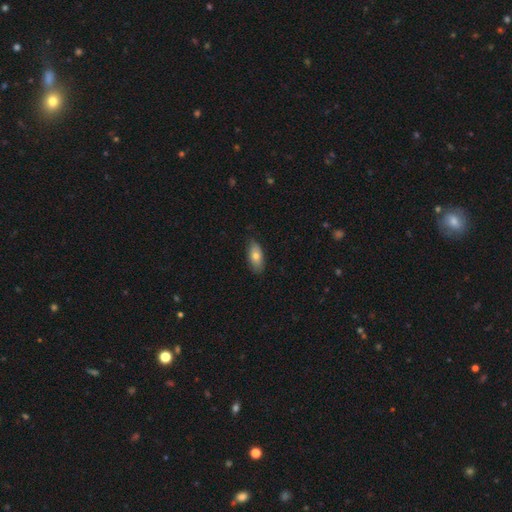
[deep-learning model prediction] Smooth or featured? smooth (75%)
How rounded? in between (87%)
Merging? none (82%)